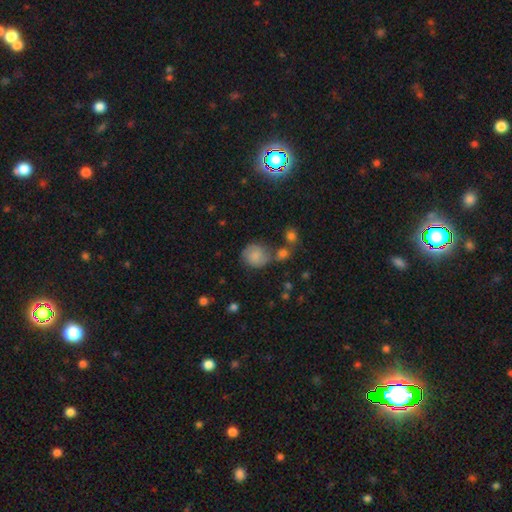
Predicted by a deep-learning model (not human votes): Q: Smooth or featured?
A: smooth (66%); runner-up: featured or disk (24%)
Q: How rounded?
A: round (79%); runner-up: in between (20%)
Q: Merging?
A: none (60%); runner-up: minor disturbance (20%)